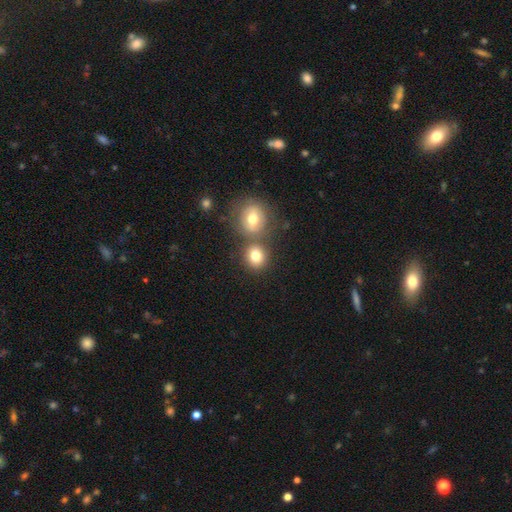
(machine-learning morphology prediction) Smooth or featured?
  - smooth: 79% *
  - star or artifact: 11%
  - featured or disk: 10%
How rounded?
  - round: 77% *
  - in between: 22%
  - cigar-shaped: 1%
Merging?
  - none: 58% *
  - merger: 29%
  - minor disturbance: 9%
  - major disturbance: 3%